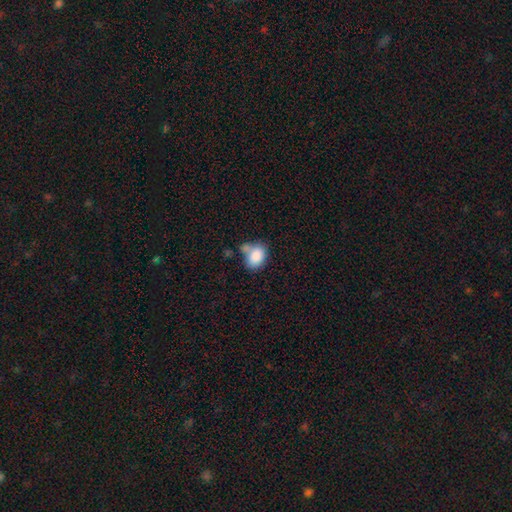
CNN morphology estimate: This appears to be a smooth galaxy with no disk features (84%) that is in between round and cigar-shaped (73%). Merging: none (41%).